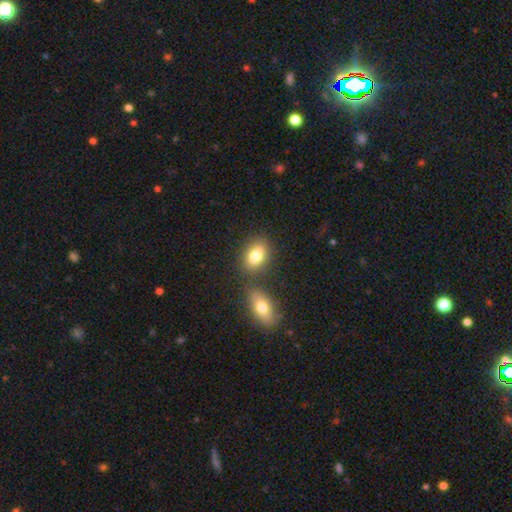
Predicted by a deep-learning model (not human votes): The model was most divided on "merging": none: 68%, merger: 18%, minor disturbance: 11%, major disturbance: 3%. More confident: how rounded — in between (81%); smooth or featured — smooth (80%).